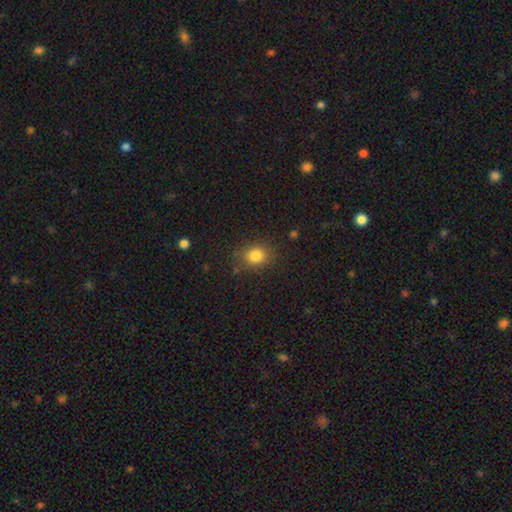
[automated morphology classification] Overall: smooth (82%). How rounded: round (62%; in between 37%). Merging: none (82%).